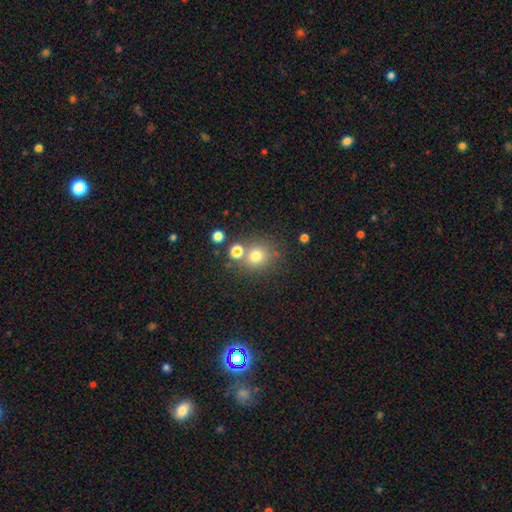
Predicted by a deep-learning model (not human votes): Morphology: type=smooth (74%); roundness=round (87%); merging=none (68%).